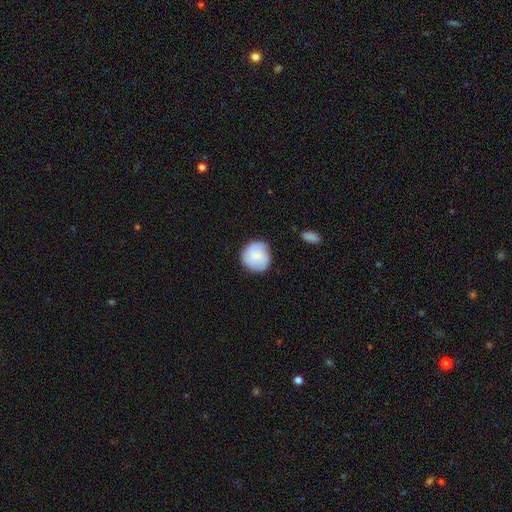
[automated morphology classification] This is likely a smooth galaxy (68%). How rounded: clearly round (91%). Merging: likely none (79%).